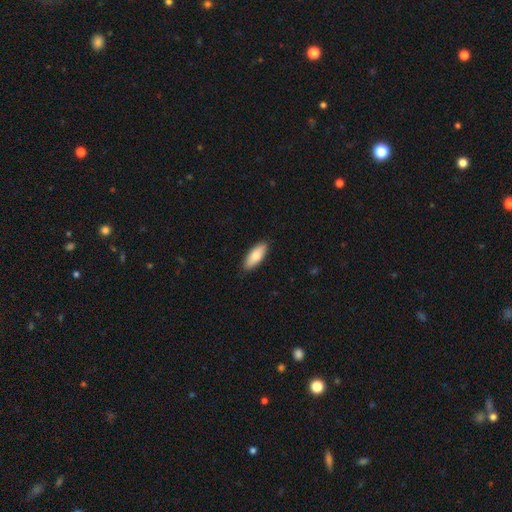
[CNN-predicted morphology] Q: Smooth or featured?
A: smooth (80%); runner-up: featured or disk (15%)
Q: How rounded?
A: in between (75%); runner-up: cigar-shaped (23%)
Q: Merging?
A: none (89%); runner-up: minor disturbance (9%)